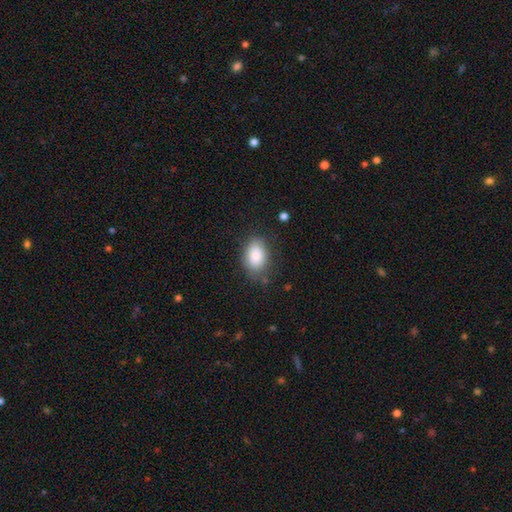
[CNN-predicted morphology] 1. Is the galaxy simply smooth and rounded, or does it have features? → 86% smooth, 7% star or artifact, 7% featured or disk.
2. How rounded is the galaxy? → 84% in between, 14% round, 1% cigar-shaped.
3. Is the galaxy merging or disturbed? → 75% none, 17% minor disturbance, 6% major disturbance, 2% merger.